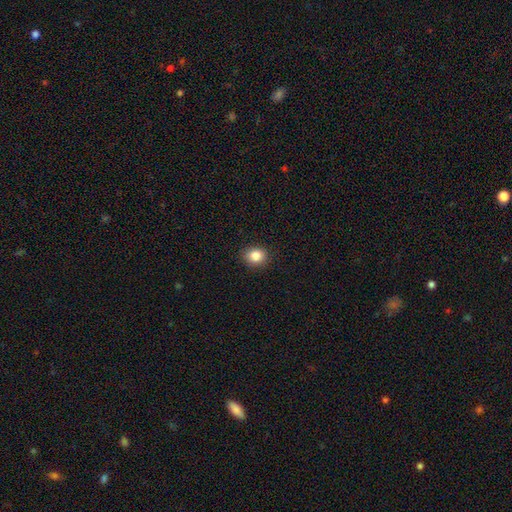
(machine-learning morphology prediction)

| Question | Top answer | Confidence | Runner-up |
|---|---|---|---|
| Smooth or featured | smooth | 84% | star or artifact (10%) |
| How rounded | round | 68% | in between (32%) |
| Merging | none | 89% | minor disturbance (8%) |